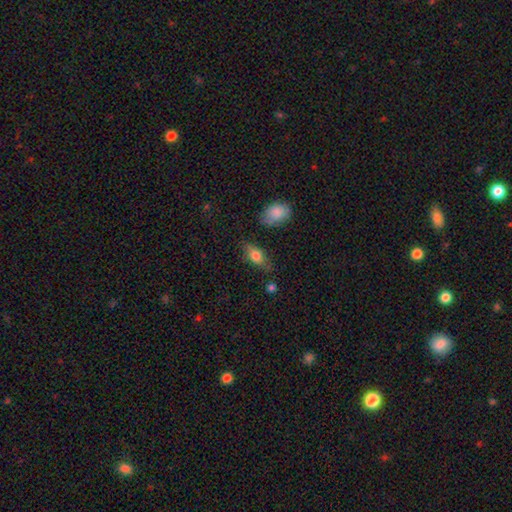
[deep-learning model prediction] Q: Smooth or featured?
A: smooth (74%); runner-up: featured or disk (18%)
Q: How rounded?
A: in between (81%); runner-up: cigar-shaped (12%)
Q: Merging?
A: none (74%); runner-up: minor disturbance (18%)